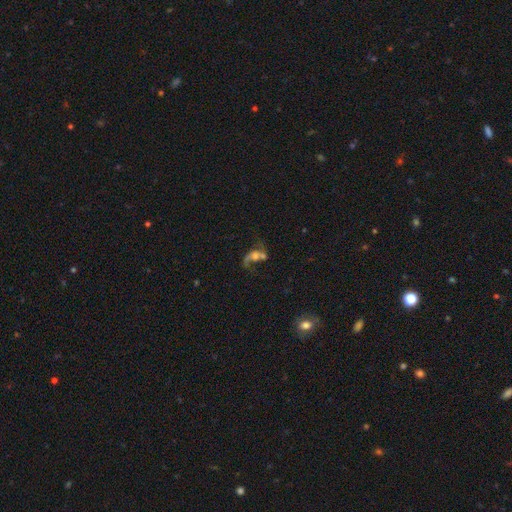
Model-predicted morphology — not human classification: A featured or disk galaxy (57%) with no bar (70%), spiral arms (73%) and a moderate central bulge (33%).

Vote fractions:
- Smooth or featured? featured or disk: 57% / smooth: 28% / star or artifact: 15%
- Edge-on disk? no: 95% / yes: 5%
- Bar? no: 70% / weak: 24% / strong: 7%
- Spiral arms? yes: 73% / no: 27%
- Bulge size? moderate: 33% / small: 22% / large: 21% / none: 18% / dominant: 5%
- Merging? merger: 39% / none: 27% / major disturbance: 23% / minor disturbance: 11%